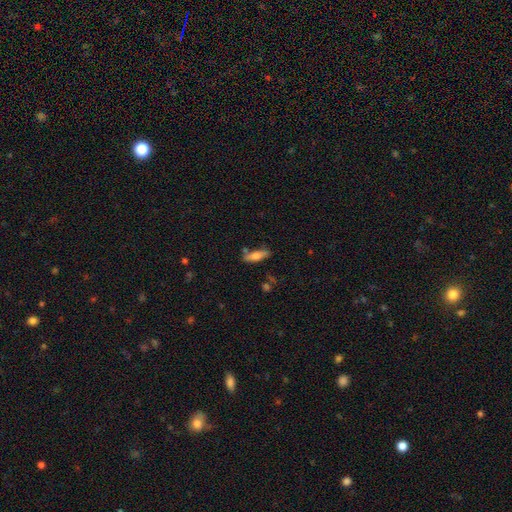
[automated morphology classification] Smooth or featured? smooth (67%)
How rounded? in between (50%)
Merging? none (72%)